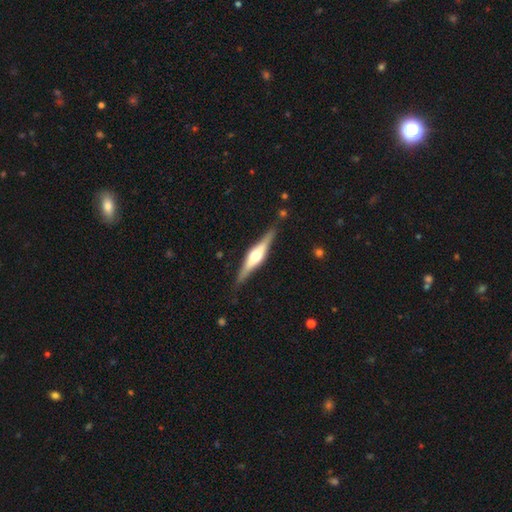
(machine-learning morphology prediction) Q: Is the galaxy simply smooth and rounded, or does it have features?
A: featured or disk — 76%.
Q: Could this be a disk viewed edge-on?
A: yes — 97%.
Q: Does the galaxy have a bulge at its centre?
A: rounded — 87%.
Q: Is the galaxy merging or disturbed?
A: none — 87%.